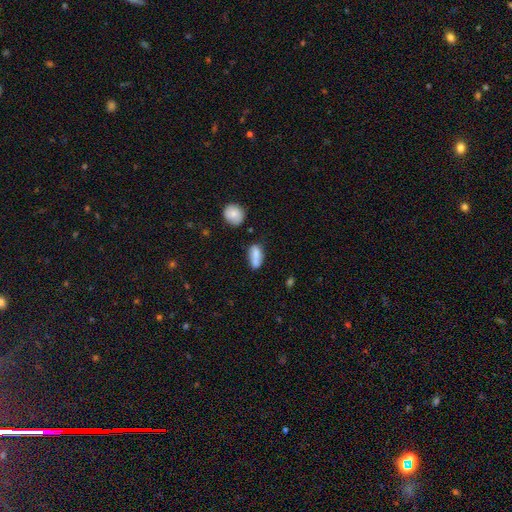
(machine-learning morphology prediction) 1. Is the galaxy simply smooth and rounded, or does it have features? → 76% smooth, 17% featured or disk, 8% star or artifact.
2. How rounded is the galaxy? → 70% in between, 26% cigar-shaped, 4% round.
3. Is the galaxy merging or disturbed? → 62% none, 22% minor disturbance, 9% merger, 6% major disturbance.